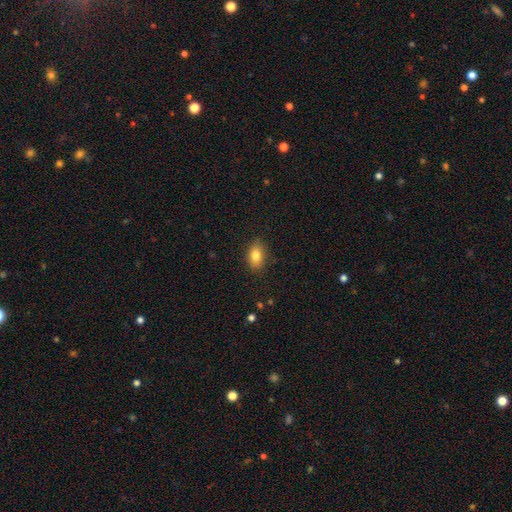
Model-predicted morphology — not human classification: smooth-or-featured: smooth: 82% | featured or disk: 10% | star or artifact: 8%
  how-rounded: in between: 86% | round: 12% | cigar-shaped: 3%
  merging: none: 85% | minor disturbance: 12% | major disturbance: 2% | merger: 1%